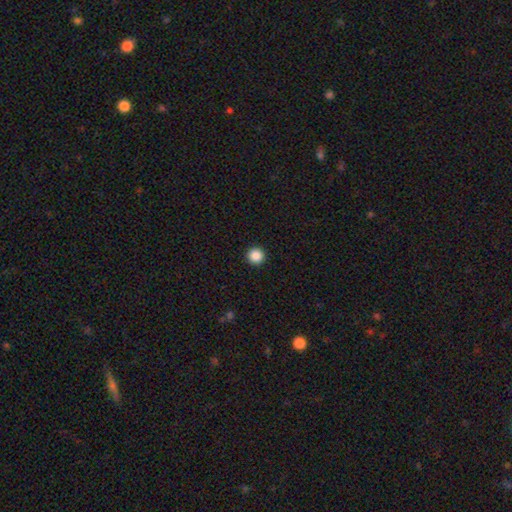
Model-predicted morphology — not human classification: type=smooth (88%); roundness=round (96%); merging=none (94%).